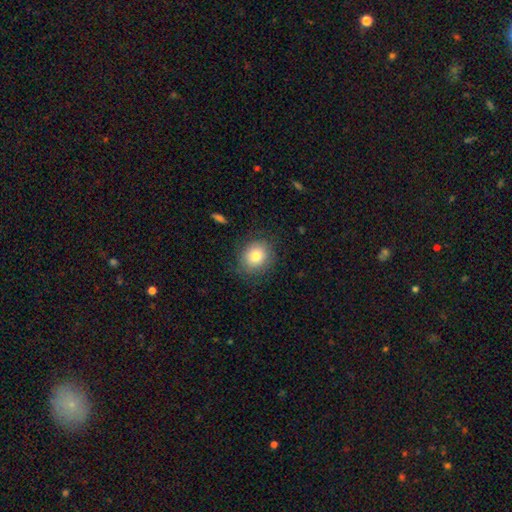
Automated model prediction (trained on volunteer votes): smooth_or_featured: smooth (p=0.79) [alt: featured or disk p=0.12]
how_rounded: round (p=0.75) [alt: in between p=0.24]
merging: none (p=0.80) [alt: minor disturbance p=0.14]